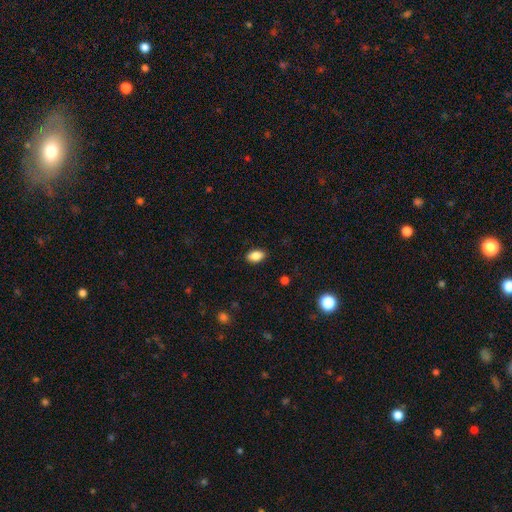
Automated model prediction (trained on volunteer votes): Morphology: type=smooth (87%); roundness=in between (90%); merging=none (88%).